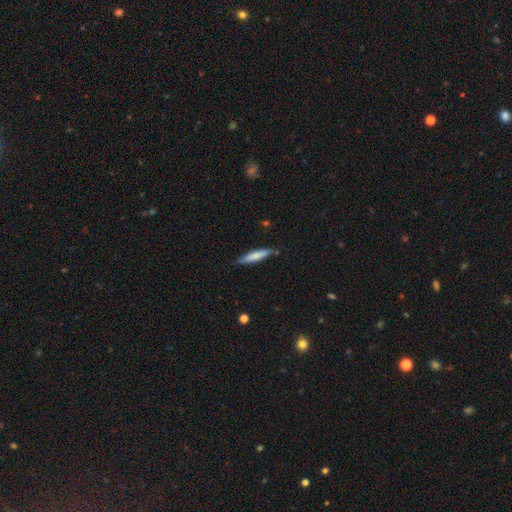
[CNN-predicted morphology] Smooth or featured: smooth — 72% (featured or disk — 23%)
How rounded: cigar-shaped — 88% (in between — 10%)
Merging: none — 83% (minor disturbance — 13%)